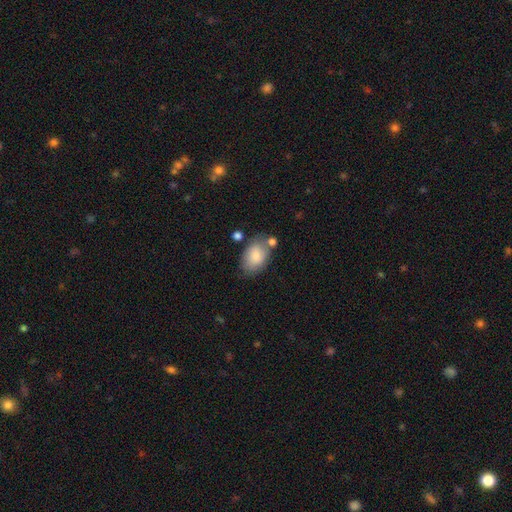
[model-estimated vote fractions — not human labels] smooth_or_featured: smooth (p=0.81) [alt: featured or disk p=0.12]
how_rounded: in between (p=0.89) [alt: round p=0.10]
merging: none (p=0.64) [alt: minor disturbance p=0.20]